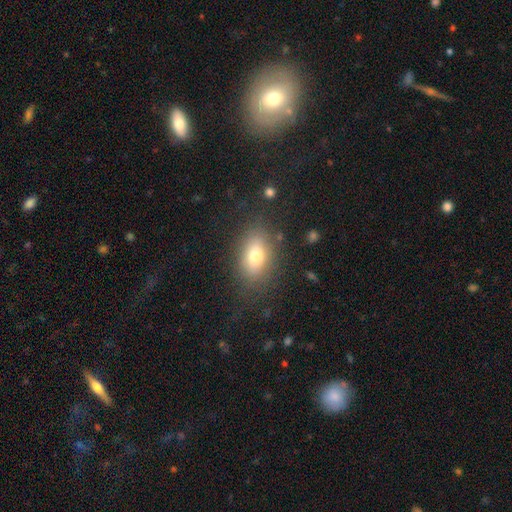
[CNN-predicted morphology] The model was most divided on "smooth or featured": smooth: 75%, featured or disk: 15%, star or artifact: 10%. More confident: how rounded — in between (82%); merging — none (80%).